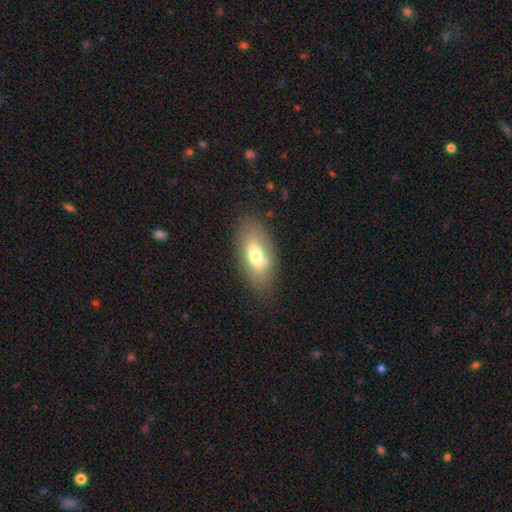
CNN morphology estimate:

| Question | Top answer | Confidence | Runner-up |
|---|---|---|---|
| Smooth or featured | smooth | 65% | featured or disk (25%) |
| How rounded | in between | 88% | cigar-shaped (6%) |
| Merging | none | 75% | minor disturbance (17%) |